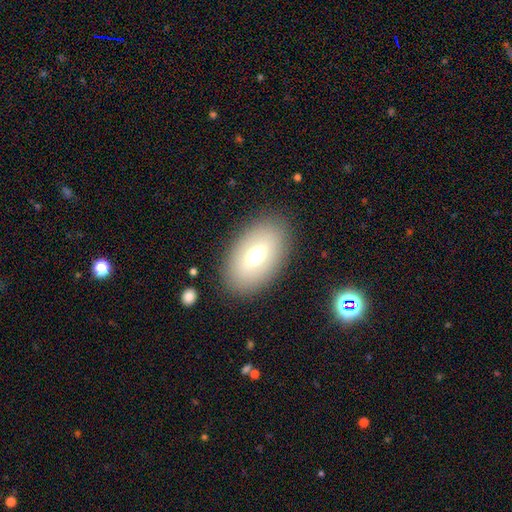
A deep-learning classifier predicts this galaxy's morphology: This is likely a smooth galaxy (64%). How rounded: clearly in between (90%). Merging: clearly none (85%).